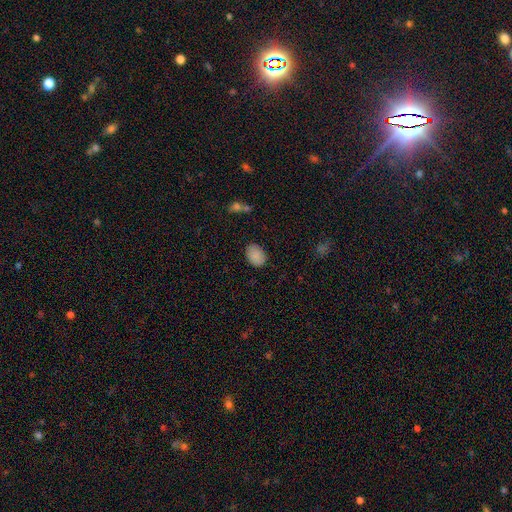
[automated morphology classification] A smooth galaxy with no disk features (88%) that is in between round and cigar-shaped (77%).

Vote fractions:
- Smooth or featured? smooth: 88% / star or artifact: 8% / featured or disk: 4%
- How rounded? in between: 77% / round: 22% / cigar-shaped: 1%
- Merging? none: 84% / minor disturbance: 12% / major disturbance: 3% / merger: 1%